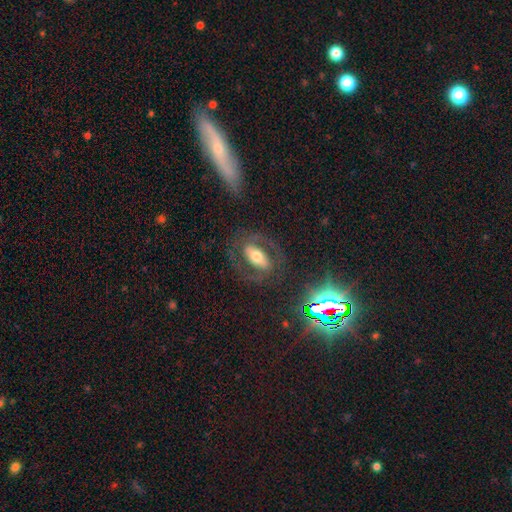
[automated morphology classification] Smooth or featured? Predicted: featured or disk (p=0.65). Edge-on disk? Predicted: no (p=0.90). Bar? Predicted: strong (p=0.53). Spiral arms? Predicted: yes (p=0.64). Bulge size? Predicted: moderate (p=0.59). Merging? Predicted: none (p=0.73).